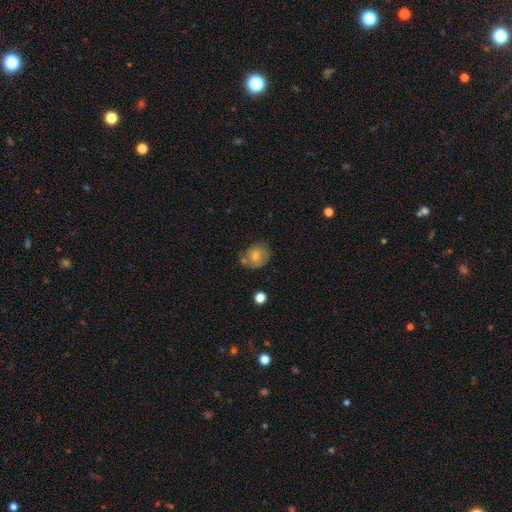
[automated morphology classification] A smooth galaxy with no disk features (65%) that is round (72%).

Vote fractions:
- Smooth or featured? smooth: 65% / featured or disk: 25% / star or artifact: 10%
- How rounded? round: 72% / in between: 27% / cigar-shaped: 1%
- Merging? none: 64% / minor disturbance: 20% / merger: 10% / major disturbance: 5%